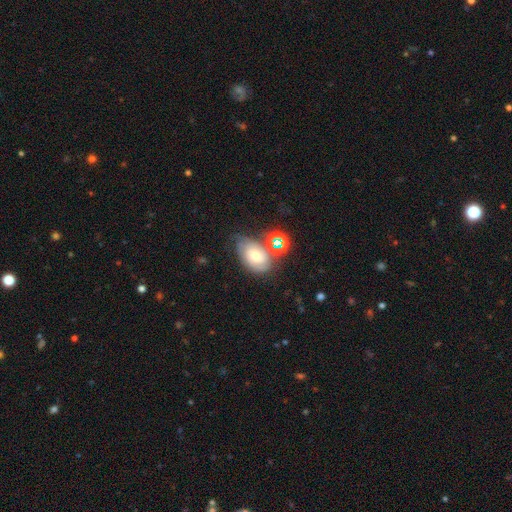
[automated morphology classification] Smooth or featured?
  - featured or disk: 48% *
  - smooth: 34%
  - star or artifact: 18%
Merging?
  - none: 45% *
  - minor disturbance: 24%
  - merger: 17%
  - major disturbance: 13%